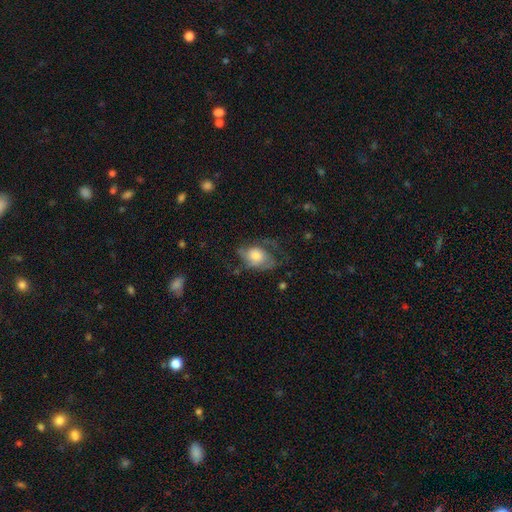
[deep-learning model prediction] This appears to be a featured or disk galaxy (47%). Merging: none (37%).